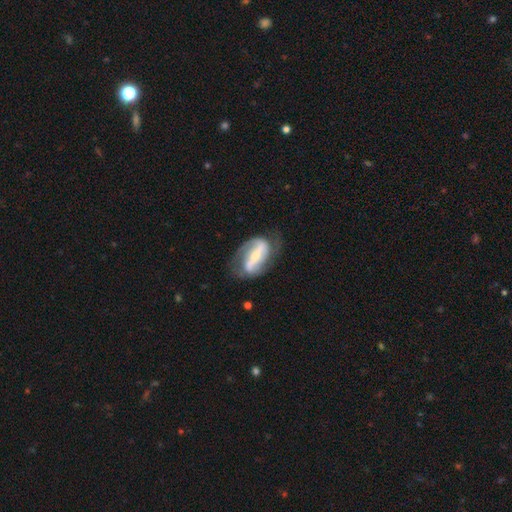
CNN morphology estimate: Overall: featured or disk (83%). Edge-on disk: no (94%). Bar: strong (70%). Spiral arms: yes (89%). Spiral arm count: 2 (86%). Spiral winding: medium (42%; loose 34%). Bulge size: small (56%; moderate 35%). Merging: none (65%).